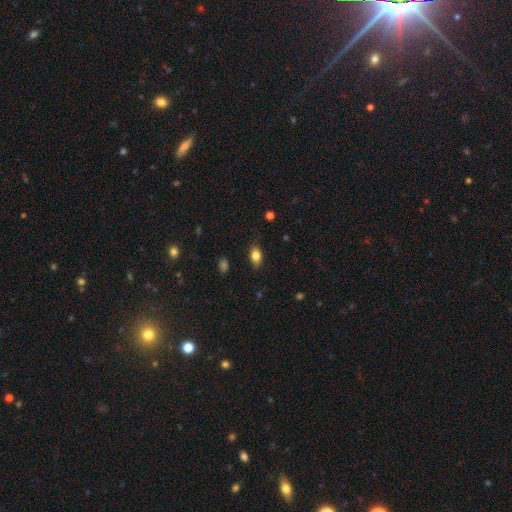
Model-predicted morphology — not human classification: A smooth galaxy with no disk features (81%) that is in between round and cigar-shaped (85%). Merging: none (83%).